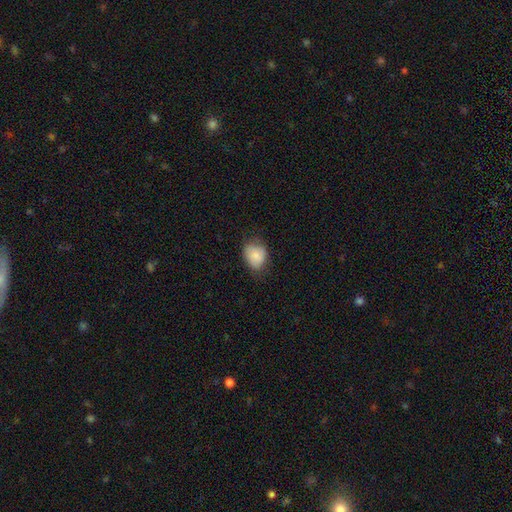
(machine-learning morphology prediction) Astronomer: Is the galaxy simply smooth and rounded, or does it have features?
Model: smooth — 82%.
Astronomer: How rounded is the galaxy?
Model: in between — 59% (runner-up: round, 40%).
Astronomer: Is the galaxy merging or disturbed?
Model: none — 62%.